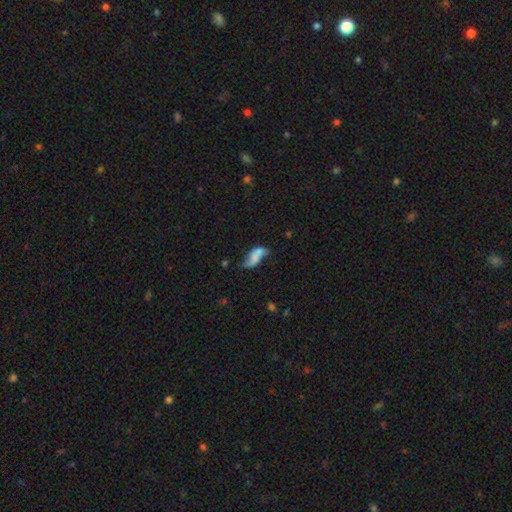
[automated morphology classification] This appears to be a featured or disk galaxy (50%). Merging: none (41%).